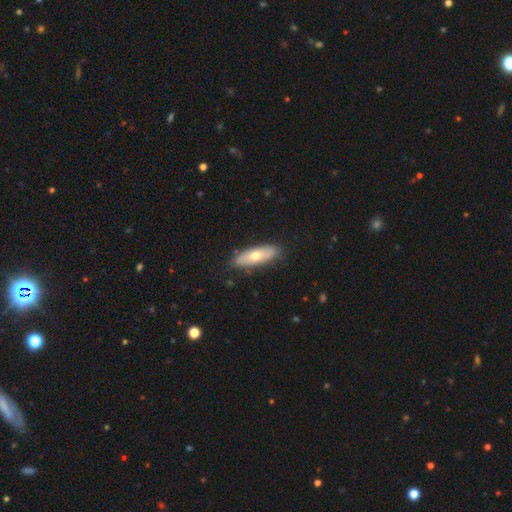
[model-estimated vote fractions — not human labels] Overall: smooth (62%; featured or disk 32%). How rounded: in between (56%; cigar-shaped 41%). Merging: none (84%).